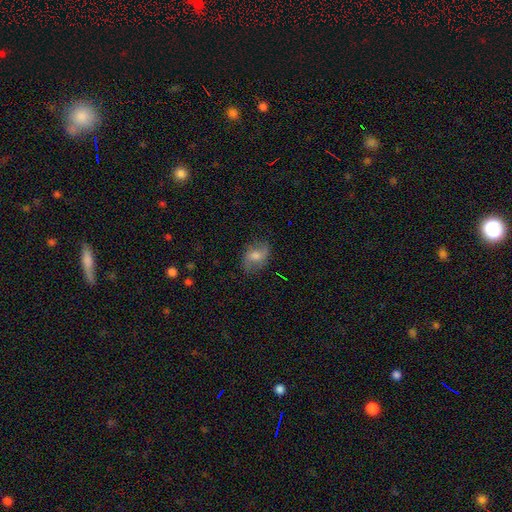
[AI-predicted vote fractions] A featured or disk galaxy (46%).

Vote fractions:
- Smooth or featured? featured or disk: 46% / smooth: 44% / star or artifact: 10%
- Merging? none: 75% / minor disturbance: 18% / major disturbance: 6% / merger: 1%